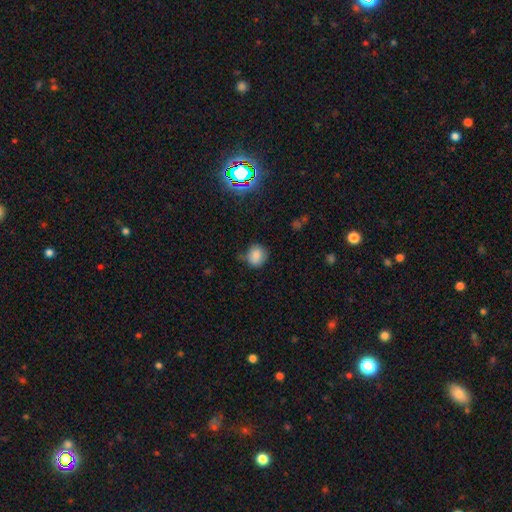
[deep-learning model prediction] Morphology: type=smooth (81%); roundness=round (76%); merging=none (65%).